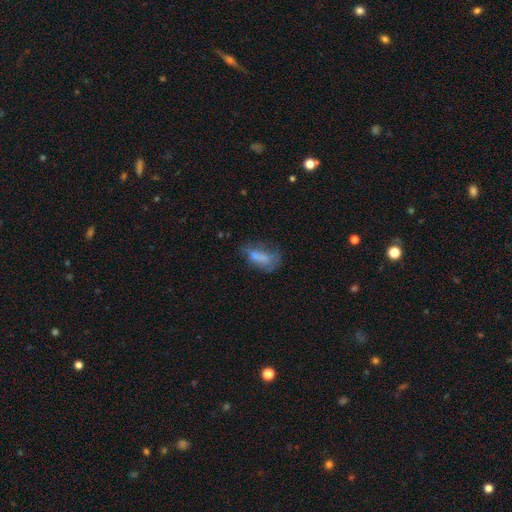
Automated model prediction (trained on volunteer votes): A smooth galaxy with no disk features (50%) that is in between round and cigar-shaped (75%). Merging: none (41%).